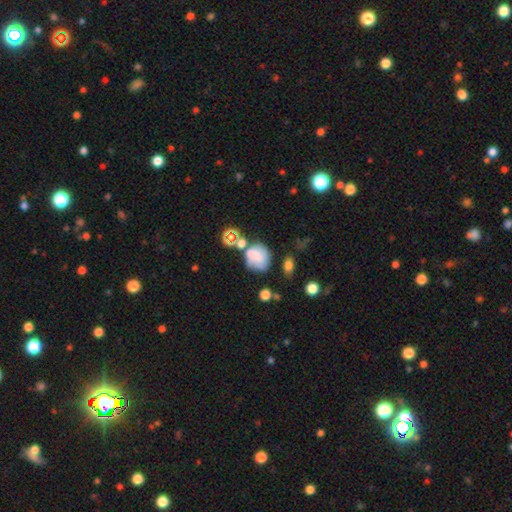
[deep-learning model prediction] Smooth or featured? smooth (60%)
How rounded? round (66%)
Merging? none (41%)